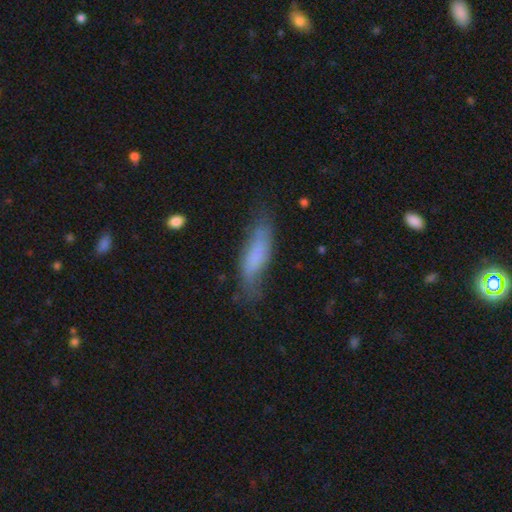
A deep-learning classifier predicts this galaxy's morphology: Smooth or featured? Predicted: smooth (p=0.66). How rounded? Predicted: cigar-shaped (p=0.56). Merging? Predicted: none (p=0.58).